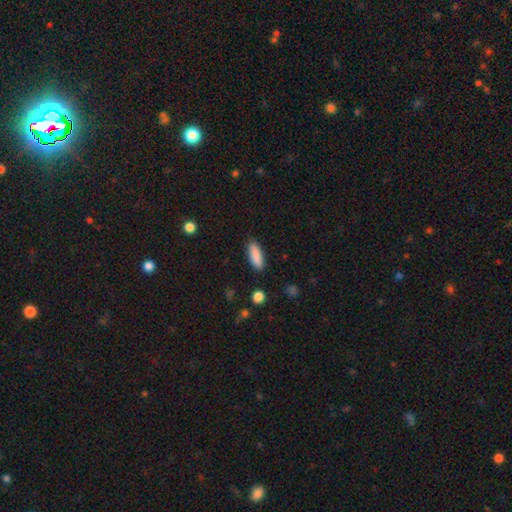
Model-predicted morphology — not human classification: A smooth galaxy with no disk features (89%) that is in between round and cigar-shaped (59%). Merging: none (87%).